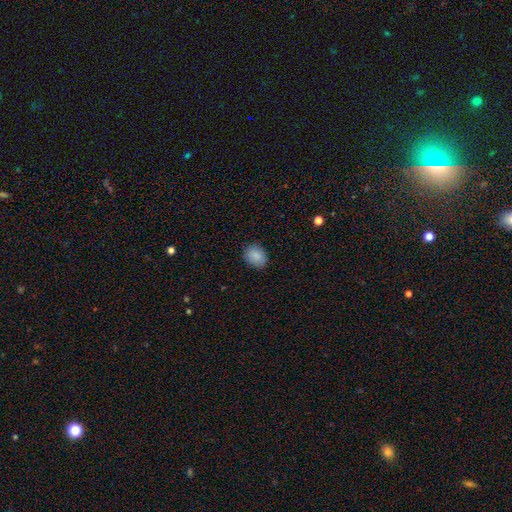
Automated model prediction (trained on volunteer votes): This is clearly a smooth galaxy (88%). How rounded: possibly in between (53%). Merging: clearly none (86%).